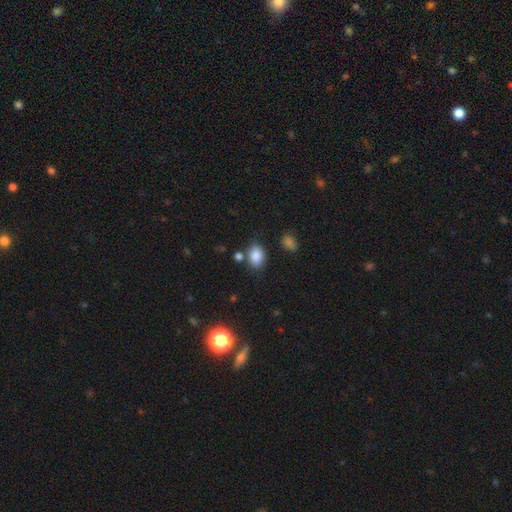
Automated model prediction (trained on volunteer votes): smooth_or_featured: smooth (p=0.85) [alt: star or artifact p=0.09]
how_rounded: in between (p=0.81) [alt: round p=0.18]
merging: none (p=0.73) [alt: minor disturbance p=0.13]